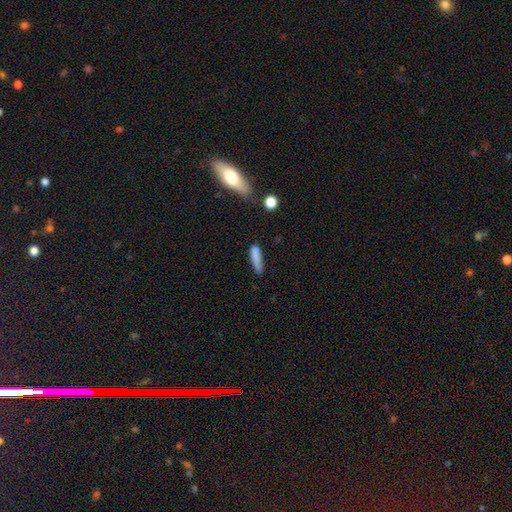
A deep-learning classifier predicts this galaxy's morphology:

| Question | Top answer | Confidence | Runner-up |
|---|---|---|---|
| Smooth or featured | smooth | 82% | featured or disk (10%) |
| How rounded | cigar-shaped | 81% | in between (17%) |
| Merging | none | 62% | minor disturbance (26%) |